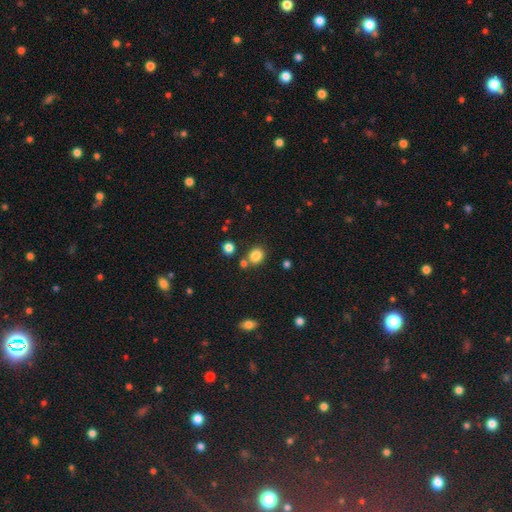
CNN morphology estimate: This is clearly a smooth galaxy (84%). How rounded: likely round (66%). Merging: likely none (73%).